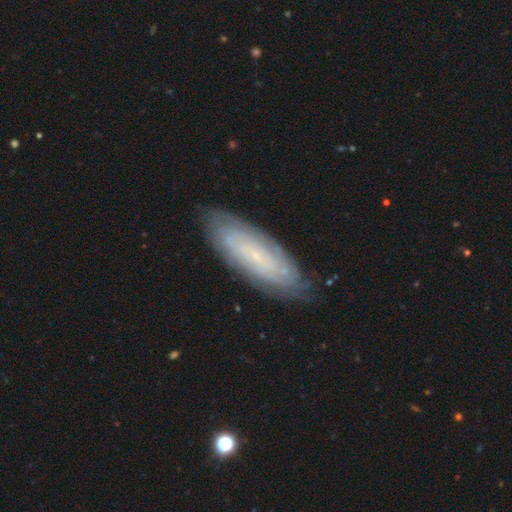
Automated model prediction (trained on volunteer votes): smooth-or-featured: featured or disk: 67% | smooth: 25% | star or artifact: 8%
  disk-edge-on: no: 85% | yes: 15%
    bar: no: 72% | weak: 22% | strong: 6%
    has-spiral-arms: yes: 86% | no: 14%
    bulge-size: small: 84% | moderate: 8% | none: 6% | large: 1% | dominant: 1%
  merging: none: 82% | minor disturbance: 13% | major disturbance: 3% | merger: 1%